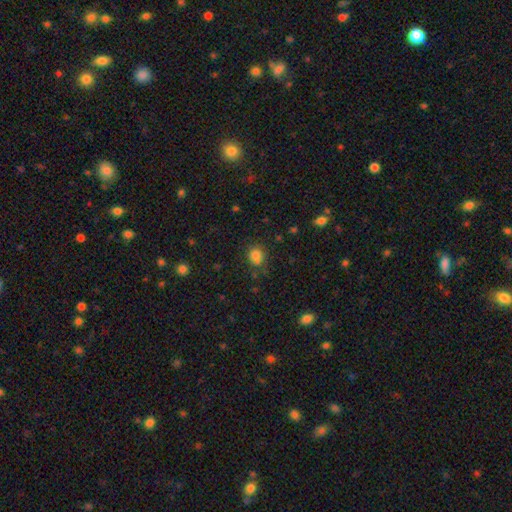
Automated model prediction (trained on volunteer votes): The model was most divided on "how rounded": round: 63%, in between: 35%, cigar-shaped: 1%. More confident: smooth or featured — smooth (76%); merging — none (56%).